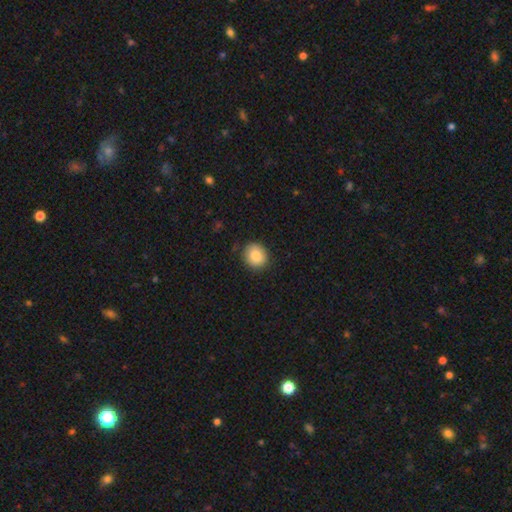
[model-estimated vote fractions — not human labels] A smooth galaxy with no disk features (85%) that is round (76%). Merging: none (84%).